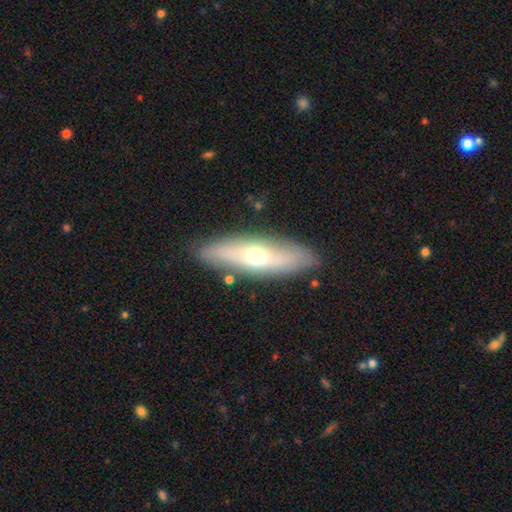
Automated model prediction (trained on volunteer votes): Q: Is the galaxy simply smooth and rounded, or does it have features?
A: smooth — 48%.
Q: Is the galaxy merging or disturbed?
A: none — 84%.